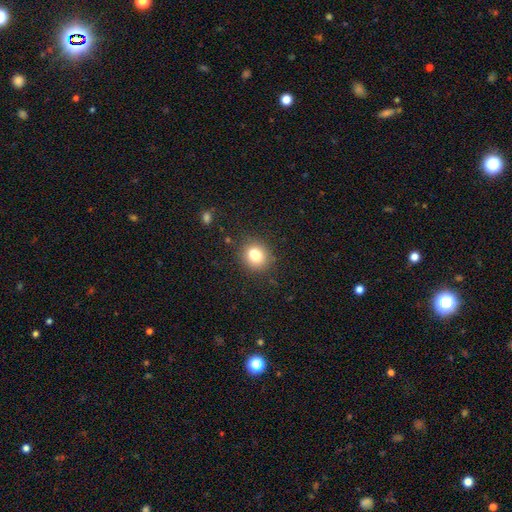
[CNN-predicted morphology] Smooth or featured? smooth (78%)
How rounded? round (74%)
Merging? none (75%)